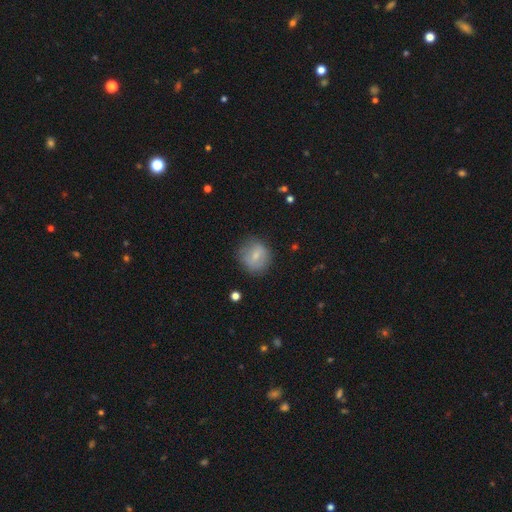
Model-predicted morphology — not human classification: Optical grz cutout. It shows a smooth galaxy with no disk features (67%) that is round (81%). Merging: none (76%).